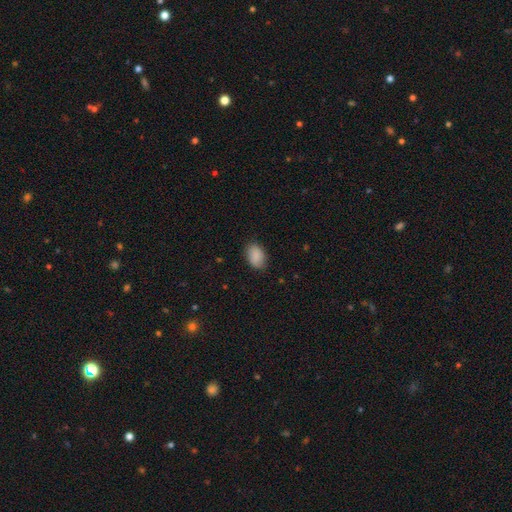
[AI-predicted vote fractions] Overall: smooth (88%). How rounded: in between (86%). Merging: none (82%).